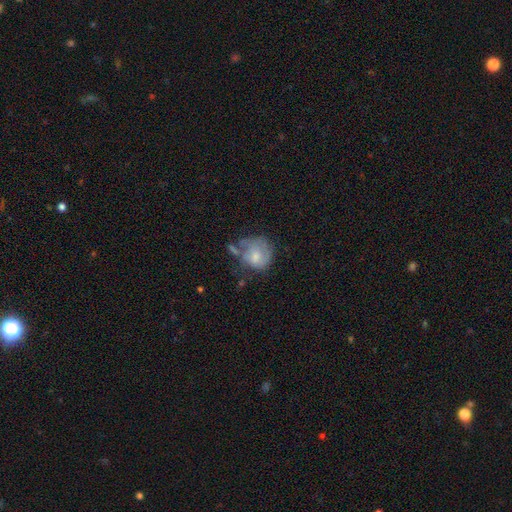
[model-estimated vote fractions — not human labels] smooth-or-featured: smooth: 56% | featured or disk: 37% | star or artifact: 8%
  how-rounded: round: 71% | in between: 28% | cigar-shaped: 1%
  merging: none: 34% | minor disturbance: 27% | major disturbance: 26% | merger: 14%